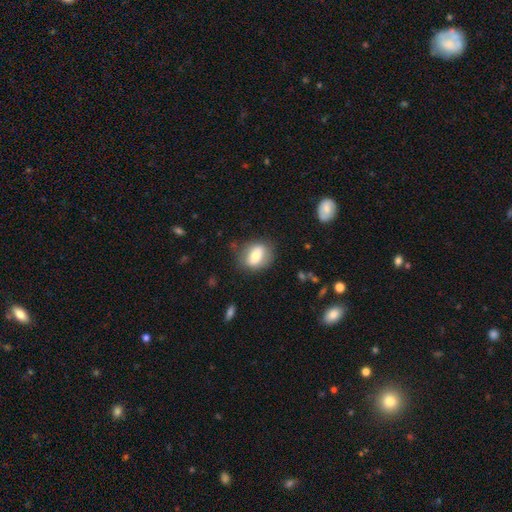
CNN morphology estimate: A smooth galaxy with no disk features (65%) that is in between round and cigar-shaped (61%). Merging: none (76%).